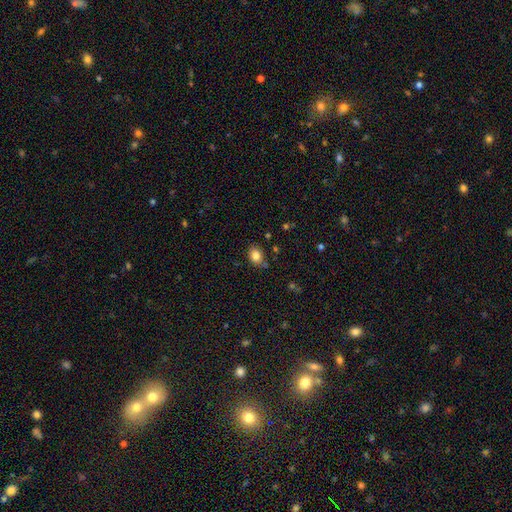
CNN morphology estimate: Smooth or featured?
  - smooth: 83% *
  - star or artifact: 10%
  - featured or disk: 7%
How rounded?
  - in between: 62% *
  - round: 37%
  - cigar-shaped: 1%
Merging?
  - none: 80% *
  - minor disturbance: 14%
  - merger: 4%
  - major disturbance: 3%